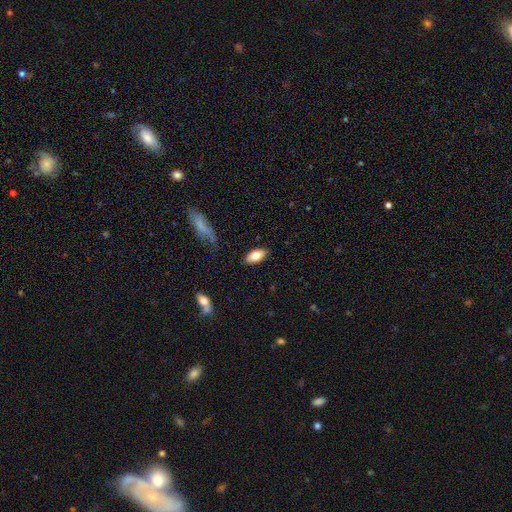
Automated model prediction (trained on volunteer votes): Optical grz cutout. It shows a smooth galaxy with no disk features (76%) that is in between round and cigar-shaped (90%). Merging: none (85%).